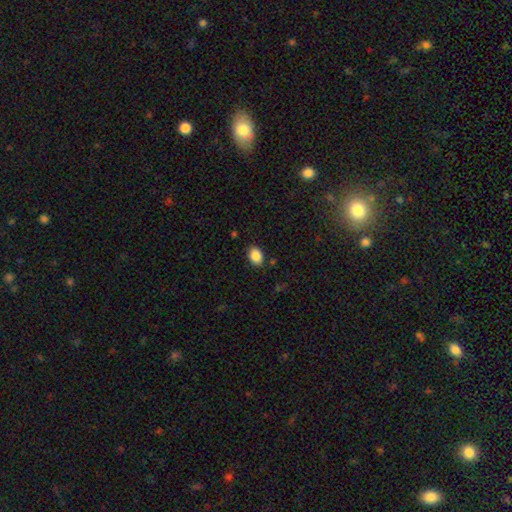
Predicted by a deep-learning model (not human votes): smooth_or_featured: smooth (p=0.87) [alt: star or artifact p=0.09]
how_rounded: in between (p=0.73) [alt: round p=0.26]
merging: none (p=0.85) [alt: minor disturbance p=0.11]